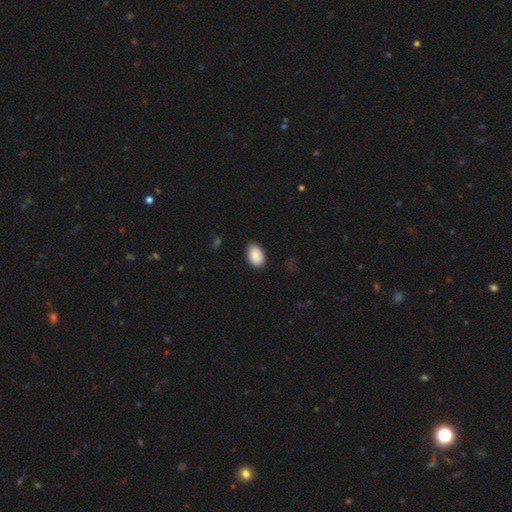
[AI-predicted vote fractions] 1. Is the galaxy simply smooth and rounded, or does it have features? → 88% smooth, 7% star or artifact, 5% featured or disk.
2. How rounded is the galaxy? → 87% in between, 11% round, 1% cigar-shaped.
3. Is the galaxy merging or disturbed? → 84% none, 13% minor disturbance, 2% major disturbance, 1% merger.